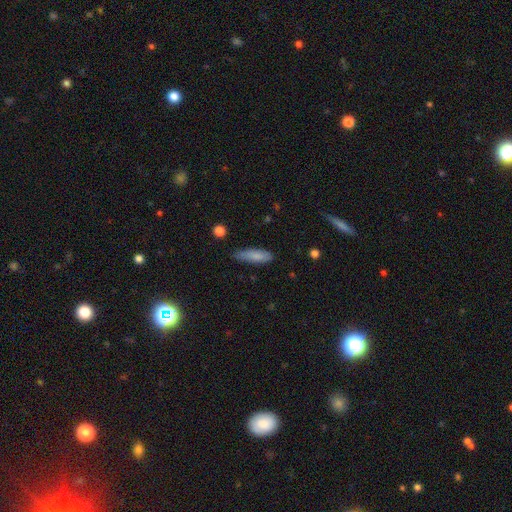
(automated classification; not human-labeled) smooth_or_featured: smooth (p=0.80) [alt: featured or disk p=0.13]
how_rounded: cigar-shaped (p=0.59) [alt: in between p=0.39]
merging: none (p=0.69) [alt: minor disturbance p=0.25]